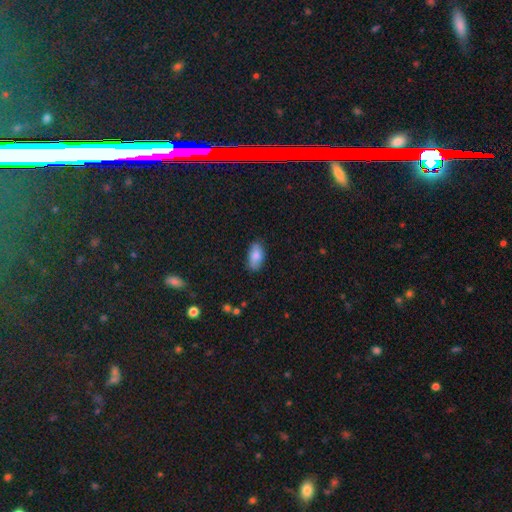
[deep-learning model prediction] Morphology: type=smooth (82%); roundness=in between (92%); merging=none (83%).